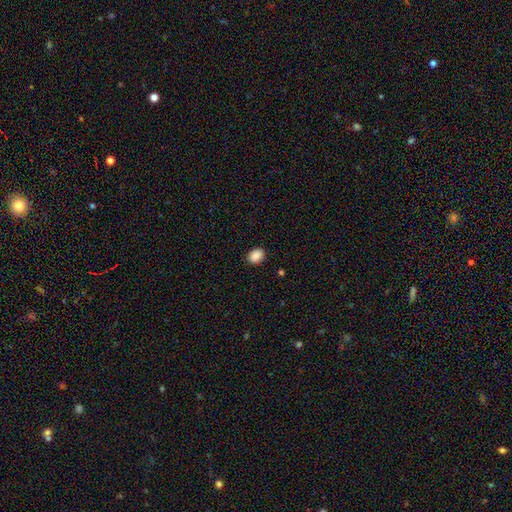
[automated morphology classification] Smooth or featured? smooth (89%)
How rounded? in between (63%)
Merging? none (88%)